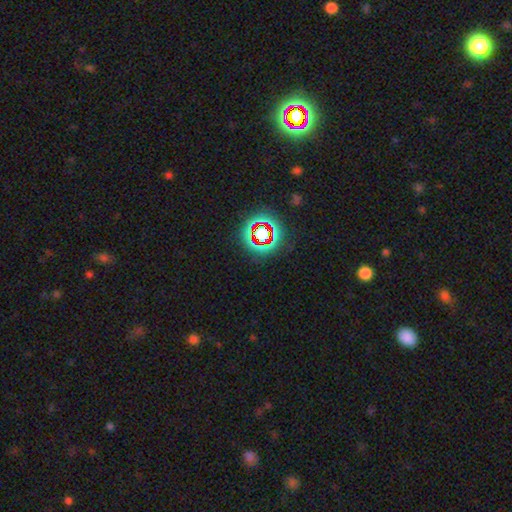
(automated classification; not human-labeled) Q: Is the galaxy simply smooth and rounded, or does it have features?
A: star or artifact — 75%.